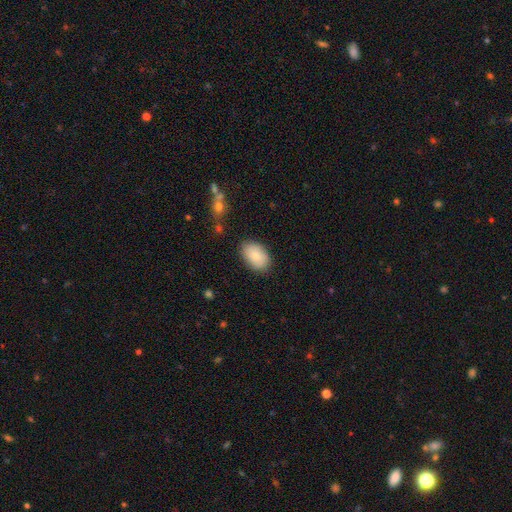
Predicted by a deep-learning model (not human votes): This appears to be a smooth galaxy with no disk features (83%) that is in between round and cigar-shaped (89%). Merging: none (83%).